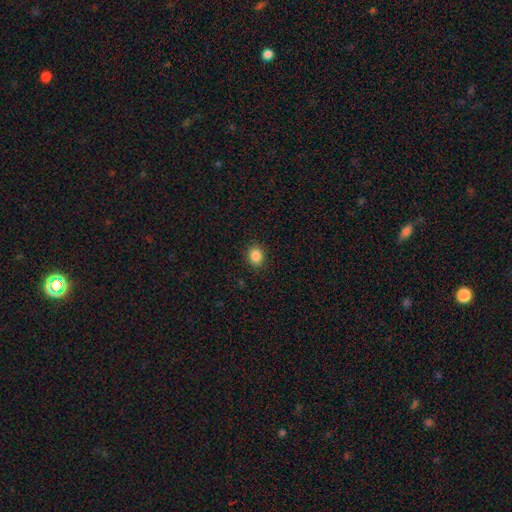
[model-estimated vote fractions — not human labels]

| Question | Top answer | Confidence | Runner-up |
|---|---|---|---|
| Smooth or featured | smooth | 86% | star or artifact (10%) |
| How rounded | round | 58% | in between (41%) |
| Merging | none | 90% | minor disturbance (7%) |